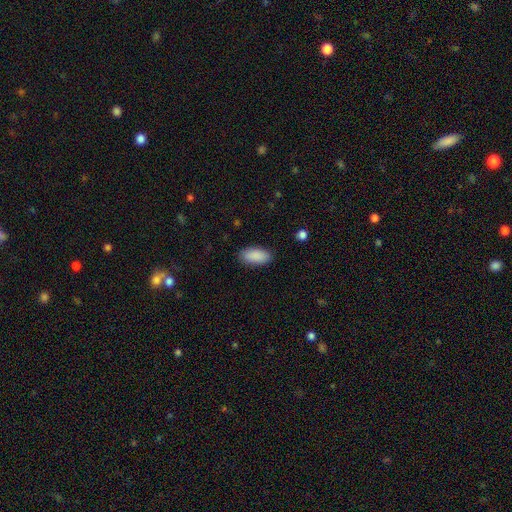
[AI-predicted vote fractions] The model was most divided on "merging": none: 88%, minor disturbance: 9%, major disturbance: 2%, merger: 1%. More confident: how rounded — in between (91%); smooth or featured — smooth (90%).